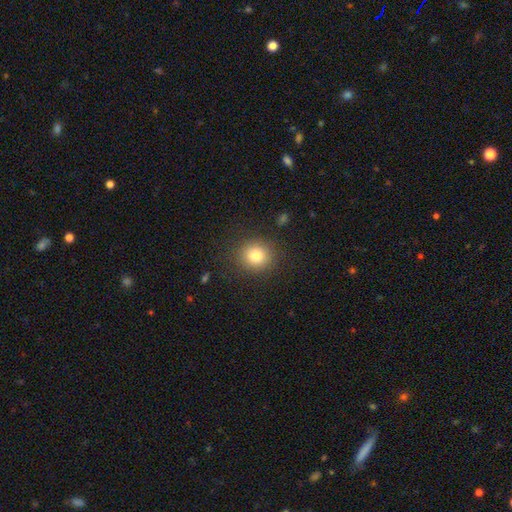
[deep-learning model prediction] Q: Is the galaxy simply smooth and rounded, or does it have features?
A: smooth — 80%.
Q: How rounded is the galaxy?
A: round — 87%.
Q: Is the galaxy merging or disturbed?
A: none — 88%.